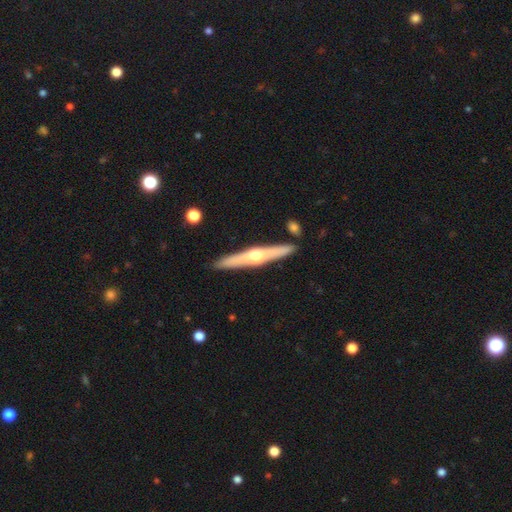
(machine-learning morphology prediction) The model was most divided on "smooth or featured": featured or disk: 66%, smooth: 29%, star or artifact: 5%. More confident: edge-on disk — yes (96%); edge-on bulge — rounded (92%); merging — none (88%).